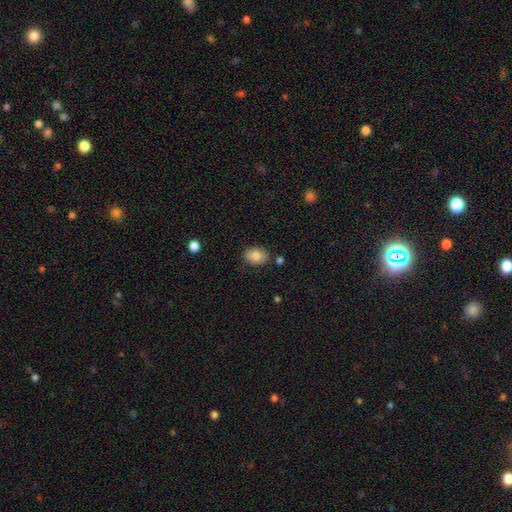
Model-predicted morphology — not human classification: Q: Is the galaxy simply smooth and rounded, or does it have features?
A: smooth — 81%.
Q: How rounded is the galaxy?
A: in between — 66%.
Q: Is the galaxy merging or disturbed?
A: none — 81%.